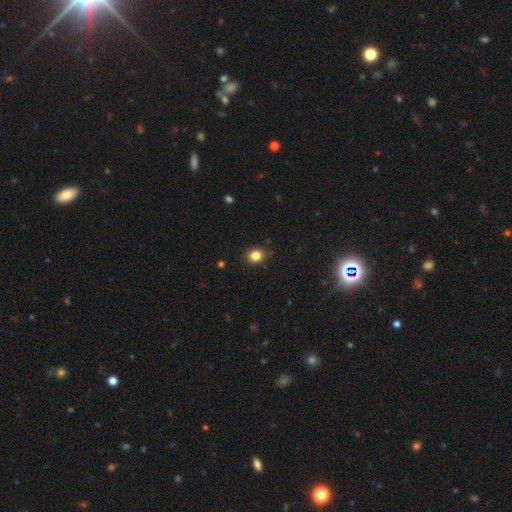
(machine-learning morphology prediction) A smooth galaxy with no disk features (84%) that is round (73%). Merging: none (87%).